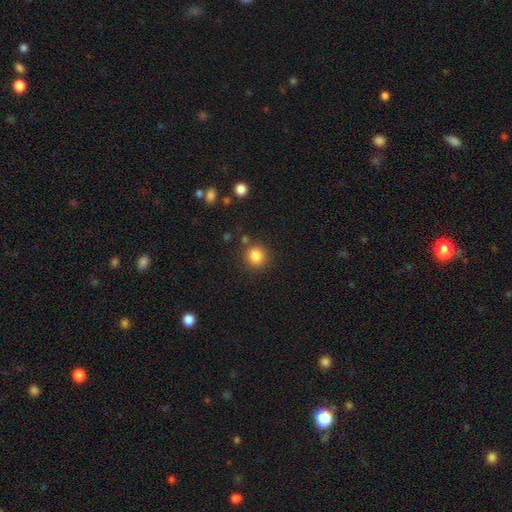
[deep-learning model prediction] Overall: smooth (85%). How rounded: round (90%). Merging: none (83%).